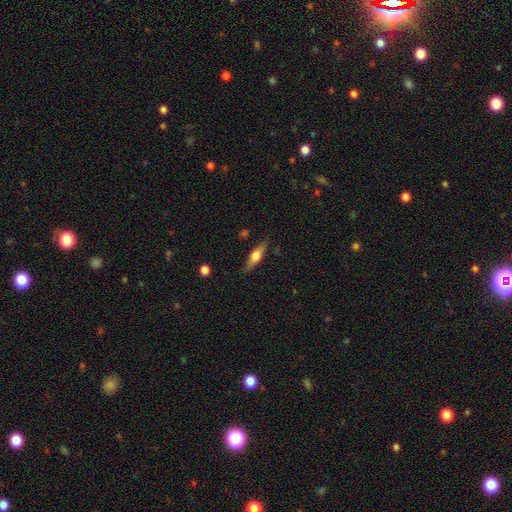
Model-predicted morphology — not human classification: Q: Smooth or featured?
A: featured or disk (55%); runner-up: smooth (39%)
Q: Edge-on disk?
A: yes (94%); runner-up: no (6%)
Q: Edge-on bulge?
A: rounded (91%); runner-up: boxy (7%)
Q: Merging?
A: none (84%); runner-up: minor disturbance (12%)